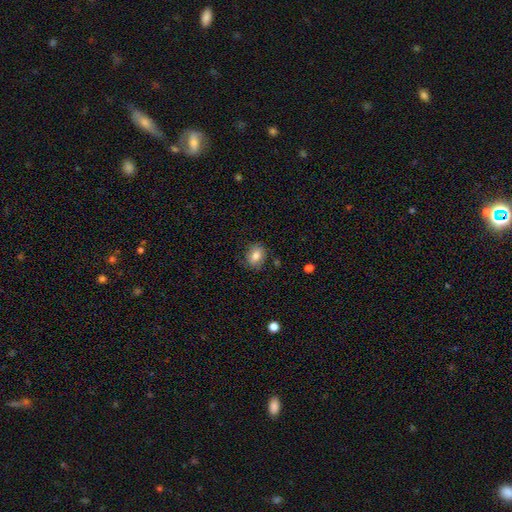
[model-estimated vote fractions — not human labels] The model was most divided on "how rounded": in between: 52%, round: 47%, cigar-shaped: 1%. More confident: smooth or featured — smooth (78%); merging — none (78%).